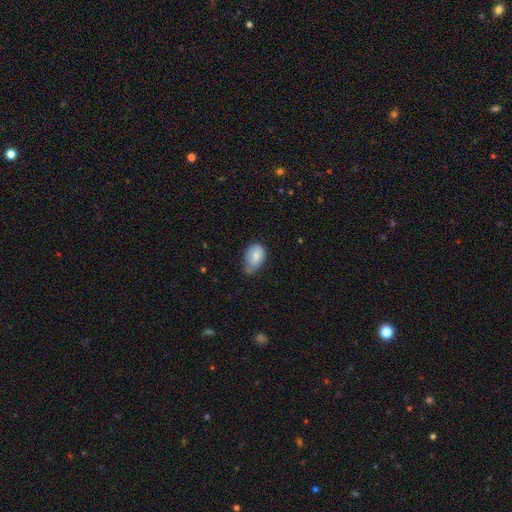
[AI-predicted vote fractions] Smooth or featured?
  - smooth: 83% *
  - featured or disk: 10%
  - star or artifact: 7%
How rounded?
  - in between: 85% *
  - round: 14%
  - cigar-shaped: 1%
Merging?
  - minor disturbance: 44% *
  - none: 43%
  - major disturbance: 9%
  - merger: 5%